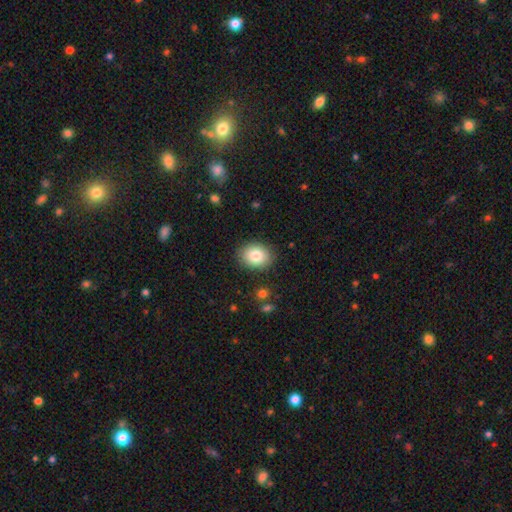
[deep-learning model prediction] Smooth or featured: smooth — 82% (featured or disk — 9%)
How rounded: in between — 50% (round — 49%)
Merging: none — 87% (minor disturbance — 9%)